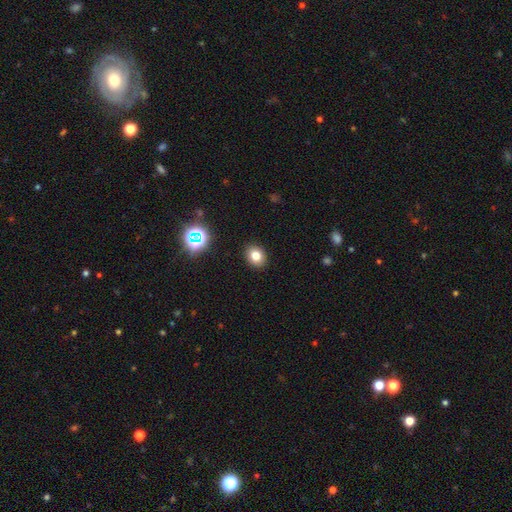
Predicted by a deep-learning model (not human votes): Smooth or featured?
  - smooth: 78% *
  - star or artifact: 14%
  - featured or disk: 8%
How rounded?
  - round: 55% *
  - in between: 44%
  - cigar-shaped: 1%
Merging?
  - none: 90% *
  - minor disturbance: 7%
  - major disturbance: 2%
  - merger: 1%